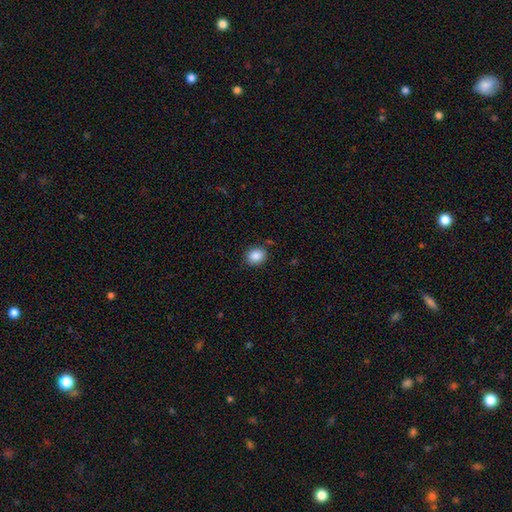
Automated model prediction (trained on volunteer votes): Overall: smooth (88%). How rounded: round (55%; in between 44%). Merging: none (84%).